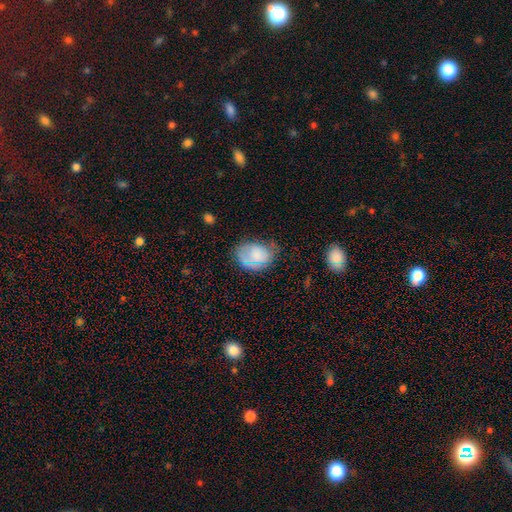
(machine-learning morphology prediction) A smooth galaxy with no disk features (69%) that is in between round and cigar-shaped (63%).

Vote fractions:
- Smooth or featured? smooth: 69% / featured or disk: 20% / star or artifact: 10%
- How rounded? in between: 63% / round: 36% / cigar-shaped: 1%
- Merging? none: 55% / minor disturbance: 31% / major disturbance: 12% / merger: 2%